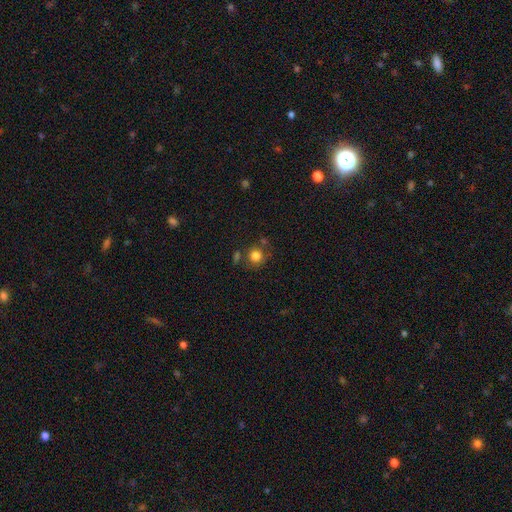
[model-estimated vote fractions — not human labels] Smooth or featured: smooth — 81% (star or artifact — 11%)
How rounded: round — 88% (in between — 11%)
Merging: none — 70% (minor disturbance — 14%)